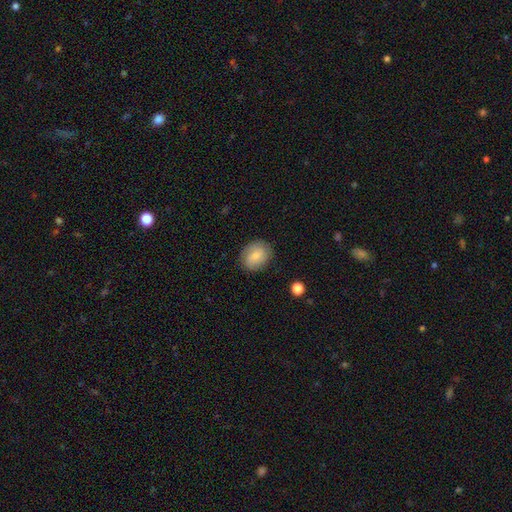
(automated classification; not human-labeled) smooth 66%, featured or disk 27%, star or artifact 8%. Down the decision tree: how rounded — round (57%); merging — none (83%).